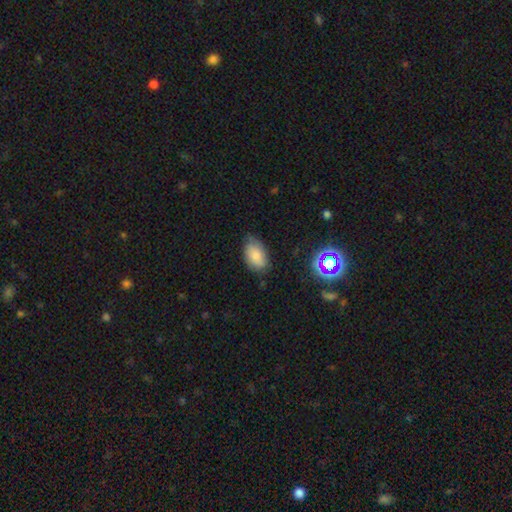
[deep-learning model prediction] smooth_or_featured: smooth (p=0.76) [alt: featured or disk p=0.14]
how_rounded: in between (p=0.91) [alt: round p=0.07]
merging: none (p=0.66) [alt: minor disturbance p=0.27]